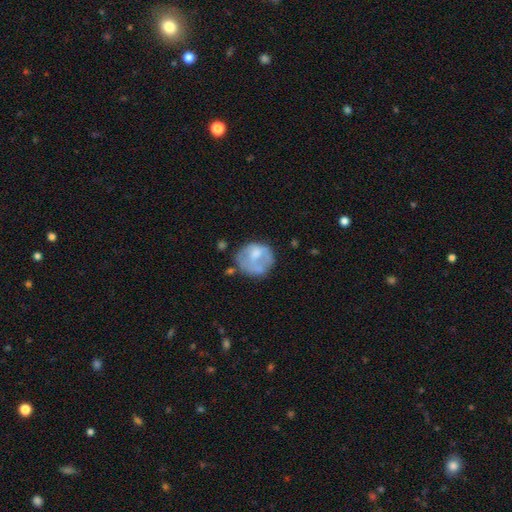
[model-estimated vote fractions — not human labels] Smooth or featured? smooth (55%)
How rounded? round (73%)
Merging? none (46%)